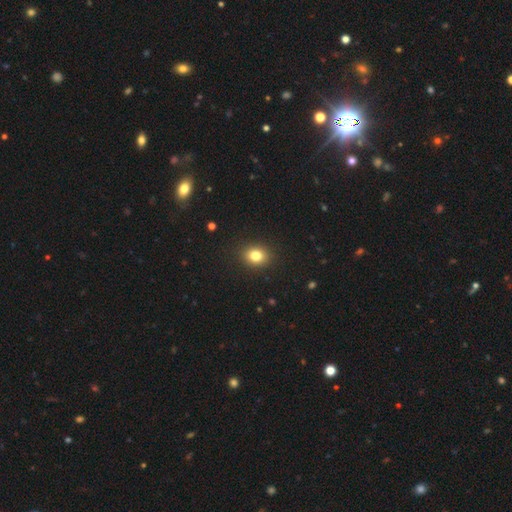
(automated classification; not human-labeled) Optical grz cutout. It shows a smooth galaxy with no disk features (82%) that is round (54%). Merging: none (90%).